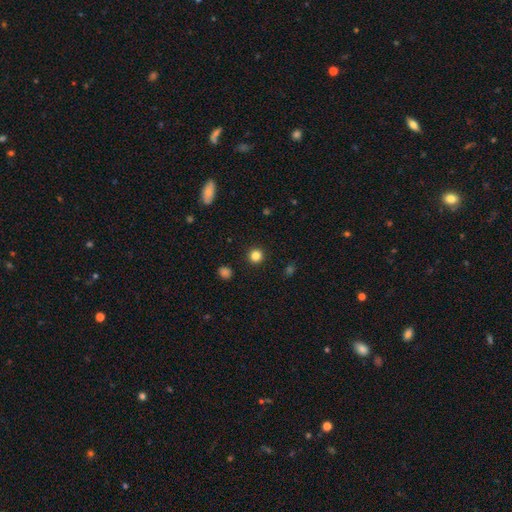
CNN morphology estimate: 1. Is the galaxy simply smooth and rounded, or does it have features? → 83% smooth, 12% star or artifact, 4% featured or disk.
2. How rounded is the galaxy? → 94% round, 5% in between, 1% cigar-shaped.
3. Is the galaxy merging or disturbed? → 93% none, 4% minor disturbance, 2% major disturbance, 1% merger.